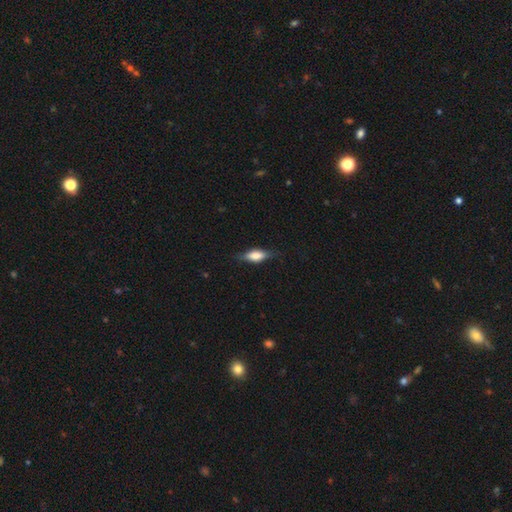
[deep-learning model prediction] smooth 61%, featured or disk 31%, star or artifact 7%. Down the decision tree: how rounded — in between (68%); merging — none (75%).